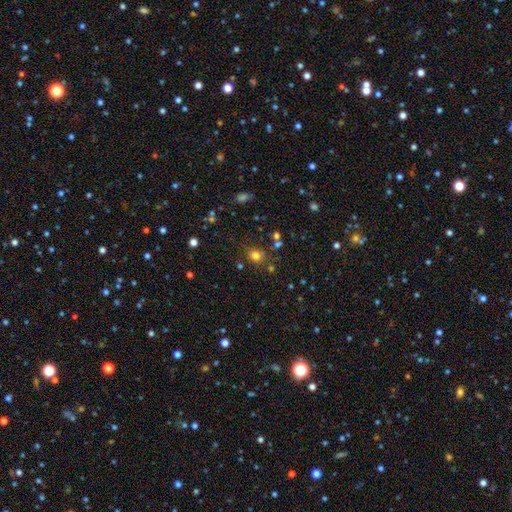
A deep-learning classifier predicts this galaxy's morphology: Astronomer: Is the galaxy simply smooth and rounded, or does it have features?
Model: smooth — 74%.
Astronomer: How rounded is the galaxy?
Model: round — 78%.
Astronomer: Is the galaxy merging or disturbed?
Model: none — 75%.